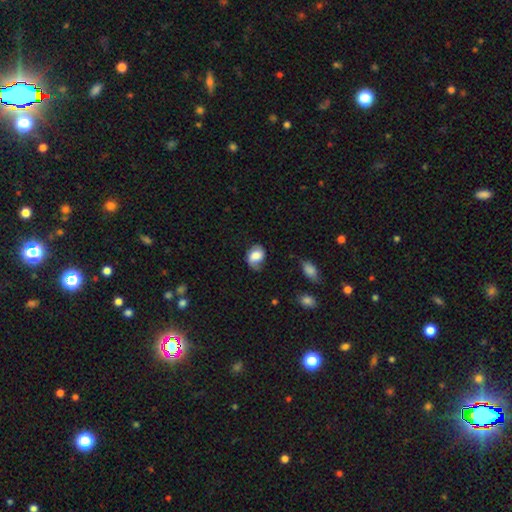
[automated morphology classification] This is likely a smooth galaxy (61%). How rounded: likely in between (64%). Merging: possibly none (51%).